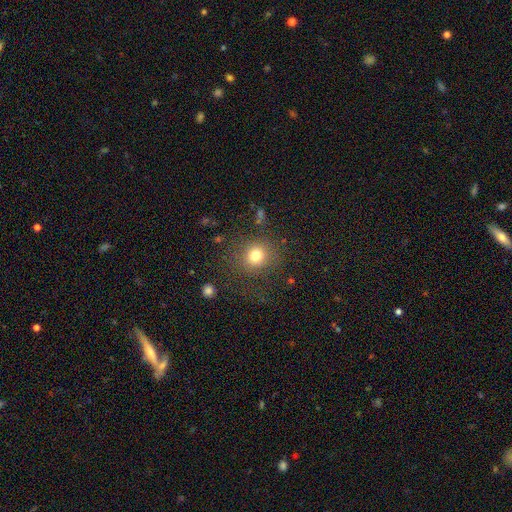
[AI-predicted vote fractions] This is likely a smooth galaxy (78%). How rounded: clearly round (86%). Merging: likely none (80%).